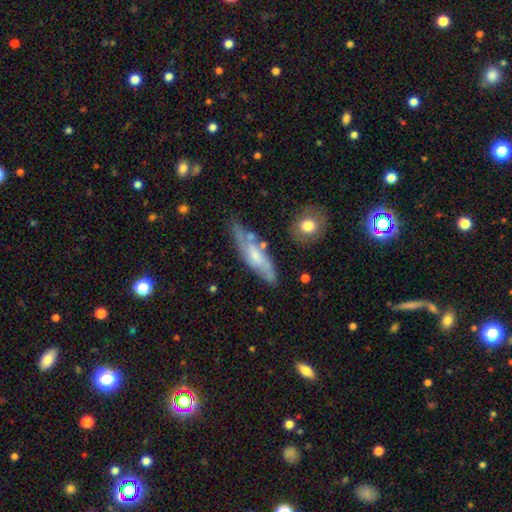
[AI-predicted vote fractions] A featured or disk galaxy (55%). Merging: none (59%).